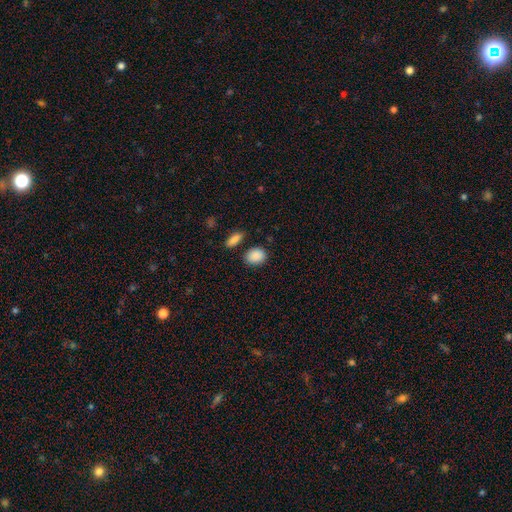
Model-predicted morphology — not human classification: Smooth or featured?
  - smooth: 89% *
  - star or artifact: 7%
  - featured or disk: 4%
How rounded?
  - in between: 59% *
  - round: 39%
  - cigar-shaped: 2%
Merging?
  - none: 79% *
  - minor disturbance: 12%
  - merger: 6%
  - major disturbance: 3%